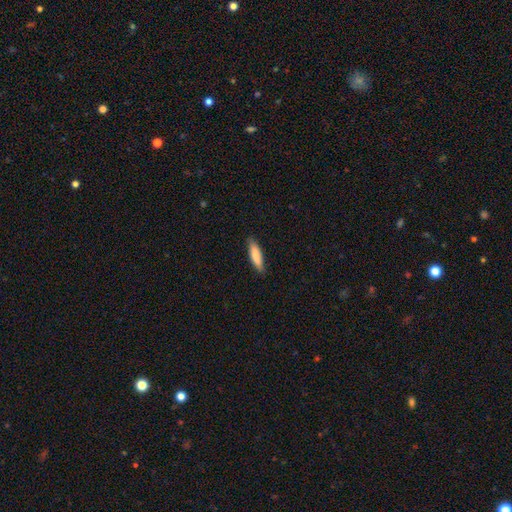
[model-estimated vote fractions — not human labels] Smooth or featured: smooth — 83% (featured or disk — 12%)
How rounded: cigar-shaped — 72% (in between — 27%)
Merging: none — 86% (minor disturbance — 11%)